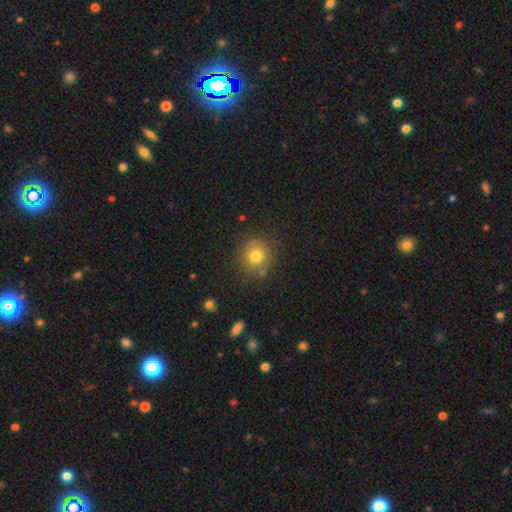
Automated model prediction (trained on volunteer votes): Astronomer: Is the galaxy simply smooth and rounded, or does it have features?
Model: smooth — 76%.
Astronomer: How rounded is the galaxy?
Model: round — 89%.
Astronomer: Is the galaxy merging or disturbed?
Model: none — 83%.